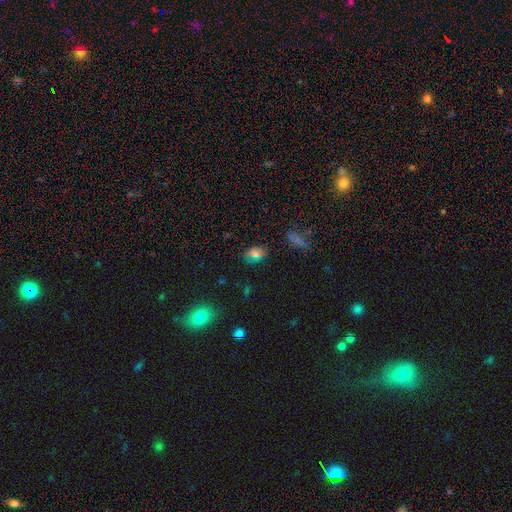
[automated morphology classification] Q: Smooth or featured?
A: smooth (65%); runner-up: star or artifact (25%)
Q: How rounded?
A: in between (80%); runner-up: round (17%)
Q: Merging?
A: none (83%); runner-up: minor disturbance (12%)